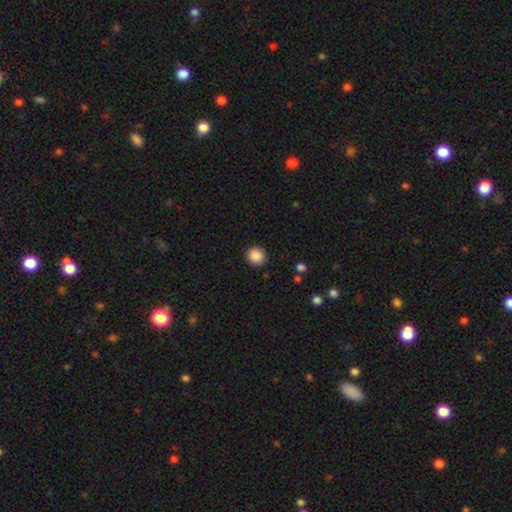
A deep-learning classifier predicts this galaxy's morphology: A smooth galaxy with no disk features (88%) that is round (93%). Merging: none (92%).